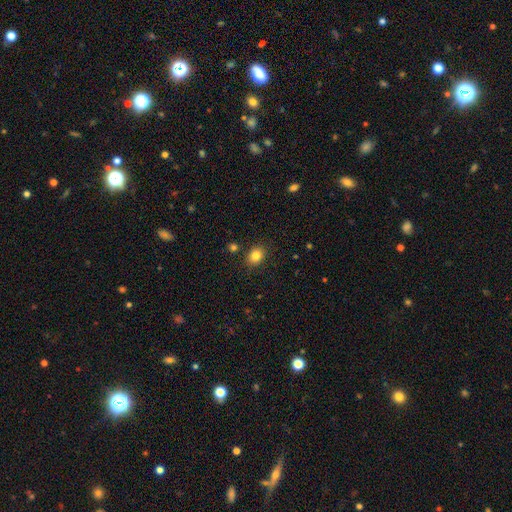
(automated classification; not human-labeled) smooth 84%, star or artifact 11%, featured or disk 6%. Down the decision tree: how rounded — in between (53%); merging — none (86%).